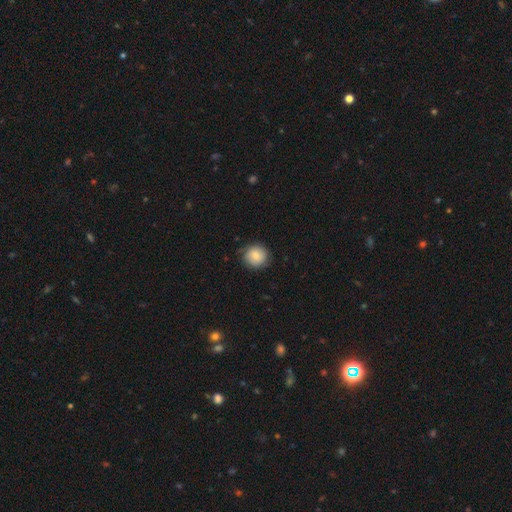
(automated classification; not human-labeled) Smooth or featured: smooth — 82% (featured or disk — 10%)
How rounded: round — 90% (in between — 10%)
Merging: none — 80% (minor disturbance — 15%)